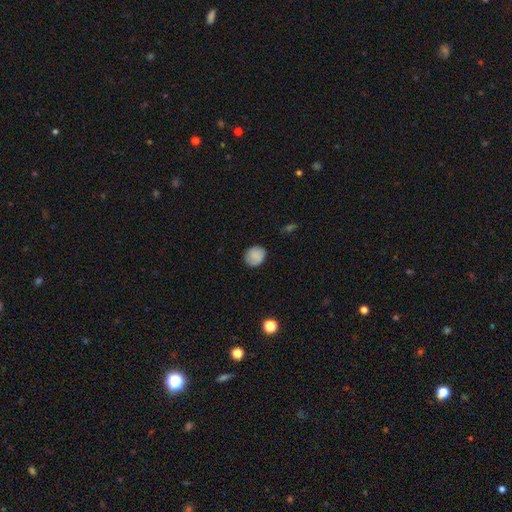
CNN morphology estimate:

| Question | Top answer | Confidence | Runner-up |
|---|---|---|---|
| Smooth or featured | smooth | 85% | star or artifact (8%) |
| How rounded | round | 80% | in between (19%) |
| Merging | none | 80% | minor disturbance (15%) |